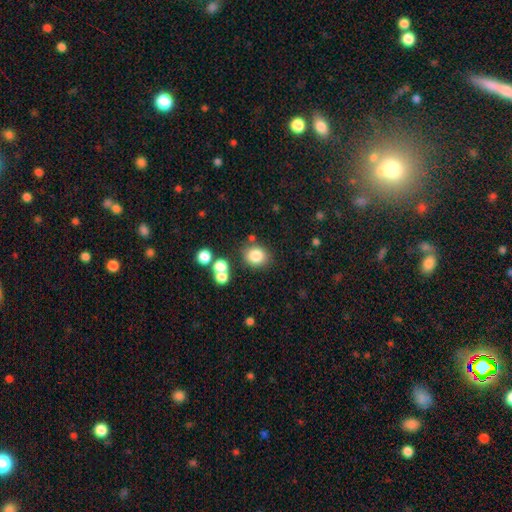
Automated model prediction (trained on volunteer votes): The model was most divided on "how rounded": round: 71%, in between: 28%, cigar-shaped: 1%. More confident: smooth or featured — smooth (82%); merging — none (75%).